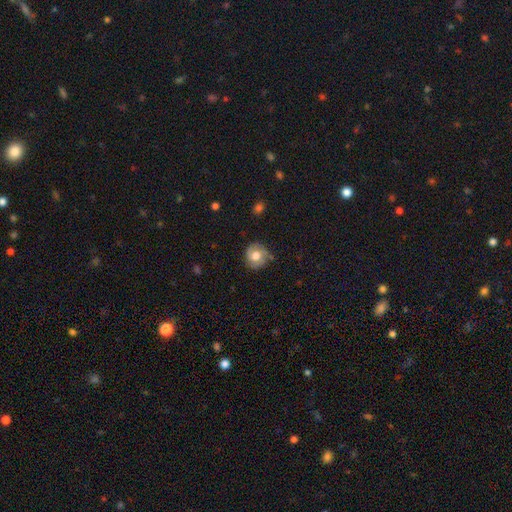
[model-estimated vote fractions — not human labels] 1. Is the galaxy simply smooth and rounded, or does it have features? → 54% smooth, 39% featured or disk, 8% star or artifact.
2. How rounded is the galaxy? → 86% round, 13% in between, 1% cigar-shaped.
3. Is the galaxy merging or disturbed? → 71% none, 21% minor disturbance, 6% major disturbance, 2% merger.